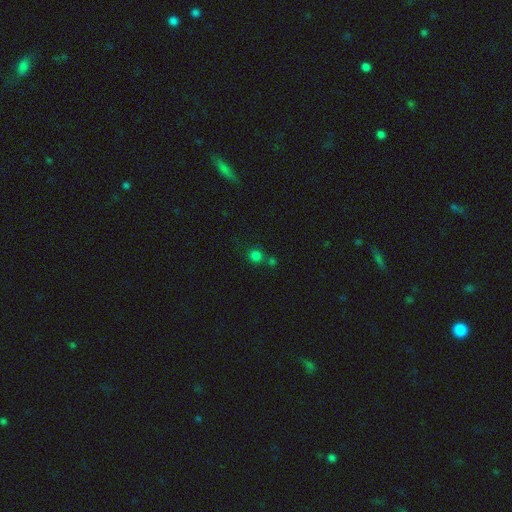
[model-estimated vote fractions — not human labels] Overall: smooth (76%). How rounded: round (90%). Merging: none (69%).